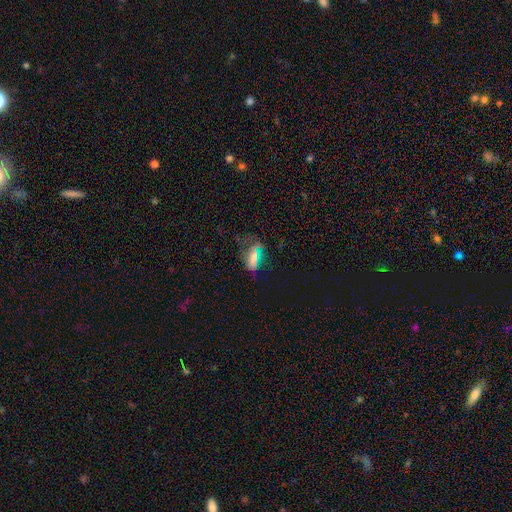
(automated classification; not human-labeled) Smooth or featured? Predicted: smooth (p=0.55). How rounded? Predicted: in between (p=0.75). Merging? Predicted: none (p=0.40).